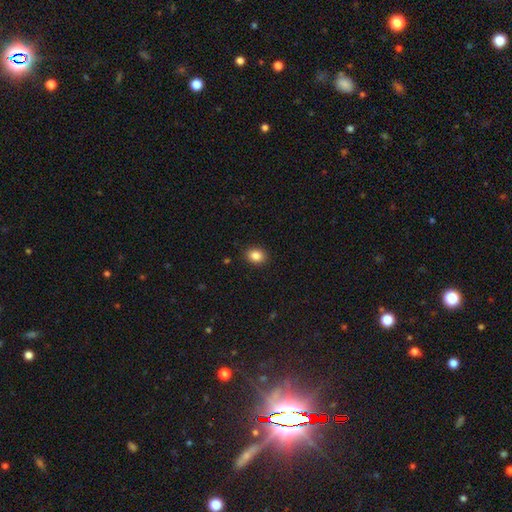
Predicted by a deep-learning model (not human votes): This appears to be a smooth galaxy with no disk features (86%) that is in between round and cigar-shaped (50%). Merging: none (90%).